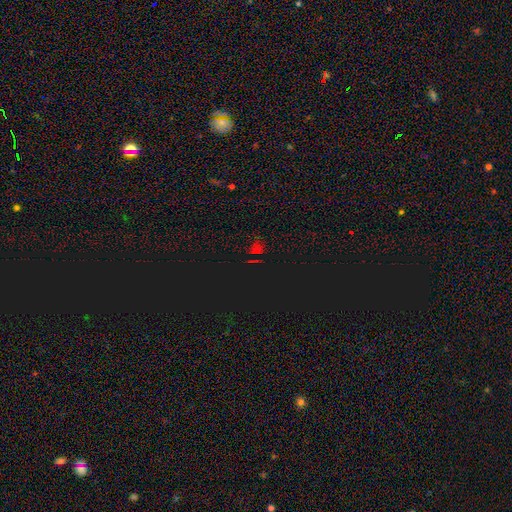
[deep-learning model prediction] Morphology: type=star or artifact (76%).